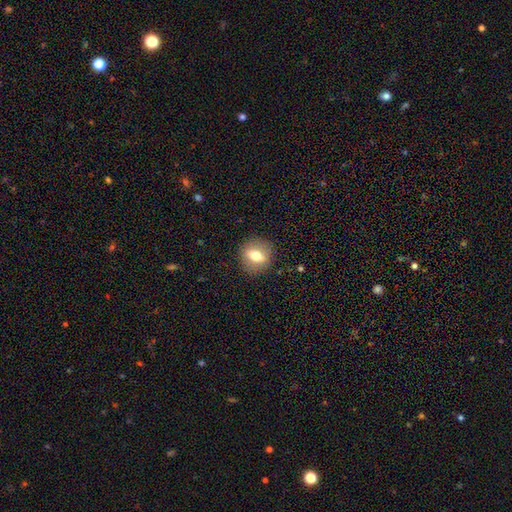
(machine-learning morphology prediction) smooth 61%, featured or disk 31%, star or artifact 9%. Down the decision tree: how rounded — round (67%); merging — none (87%).